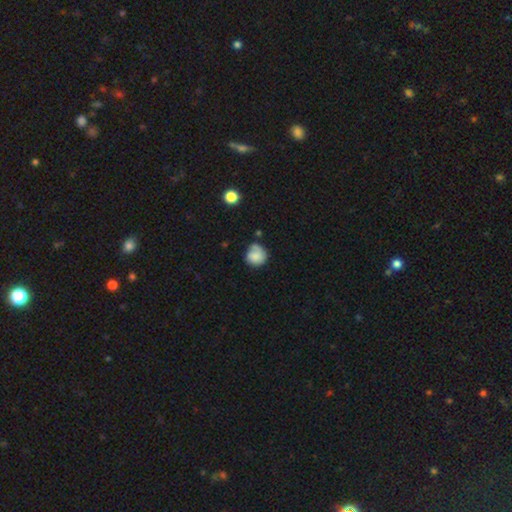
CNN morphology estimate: Q: Smooth or featured?
A: smooth (68%); runner-up: featured or disk (24%)
Q: How rounded?
A: round (84%); runner-up: in between (15%)
Q: Merging?
A: none (55%); runner-up: minor disturbance (27%)